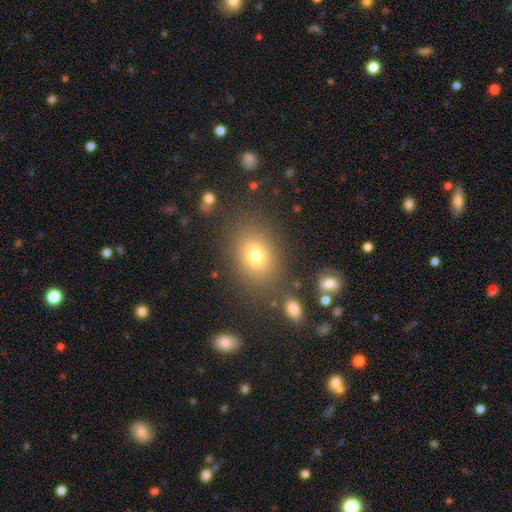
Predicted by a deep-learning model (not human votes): This is likely a smooth galaxy (74%). How rounded: likely in between (67%). Merging: likely none (79%).